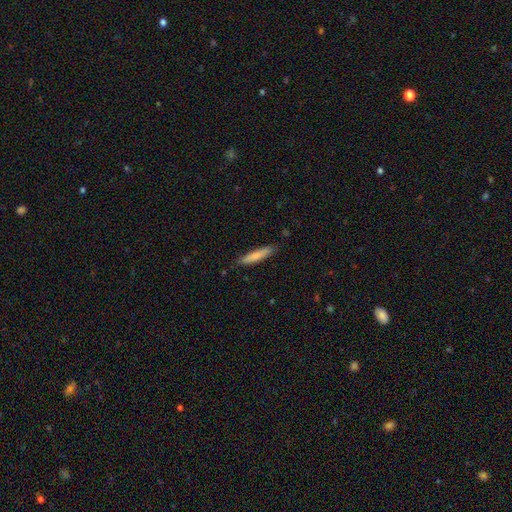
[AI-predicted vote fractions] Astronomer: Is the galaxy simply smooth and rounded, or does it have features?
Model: smooth — 80%.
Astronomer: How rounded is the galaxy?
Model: cigar-shaped — 88%.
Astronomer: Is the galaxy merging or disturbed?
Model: none — 85%.